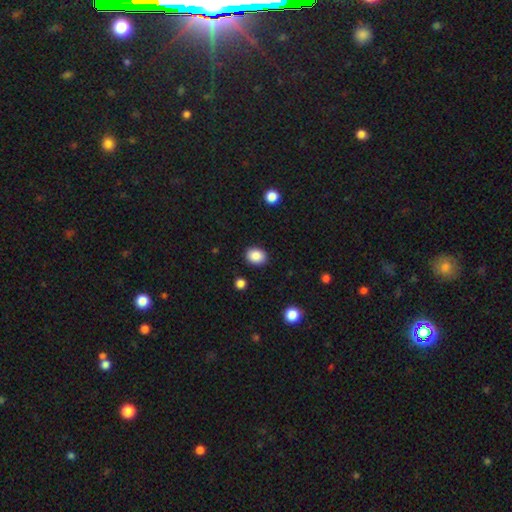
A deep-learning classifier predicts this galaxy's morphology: Overall: smooth (87%). How rounded: in between (53%; round 46%). Merging: none (89%).